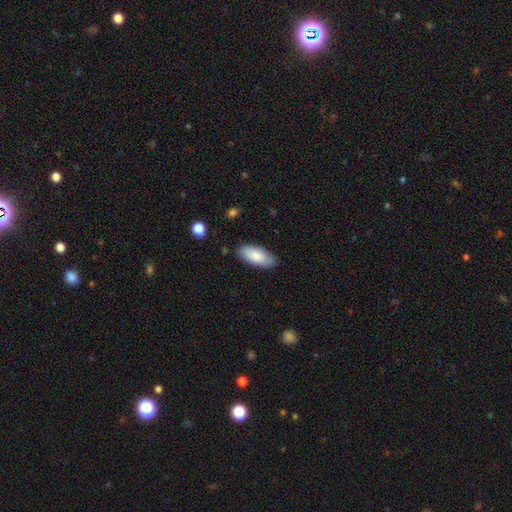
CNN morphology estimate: This appears to be a smooth galaxy with no disk features (83%) that is in between round and cigar-shaped (88%). Merging: none (82%).